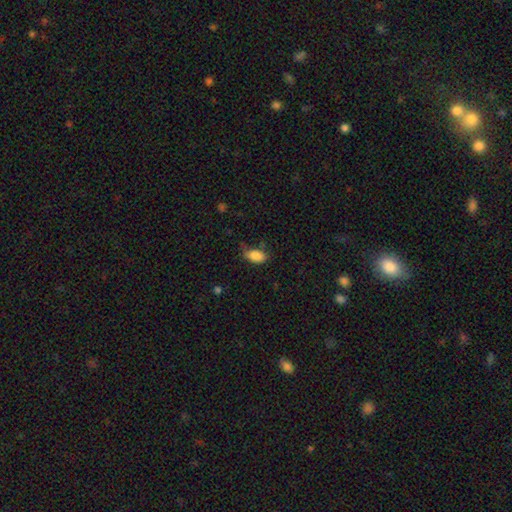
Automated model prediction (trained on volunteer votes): This is clearly a smooth galaxy (86%). How rounded: clearly in between (92%). Merging: likely none (62%).